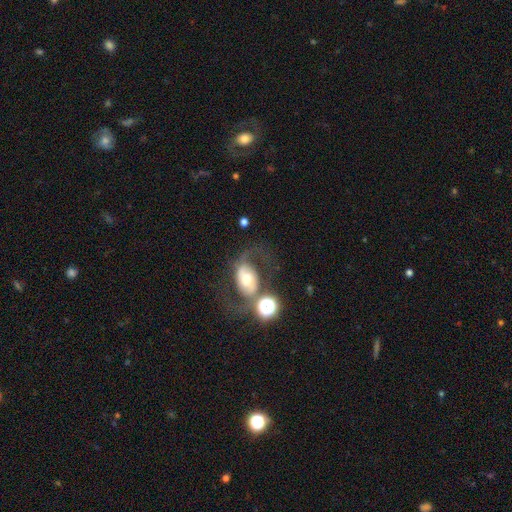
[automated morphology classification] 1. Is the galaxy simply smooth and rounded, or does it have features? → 66% featured or disk, 20% smooth, 14% star or artifact.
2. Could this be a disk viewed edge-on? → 94% no, 6% yes.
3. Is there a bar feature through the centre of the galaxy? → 42% no, 35% weak, 23% strong.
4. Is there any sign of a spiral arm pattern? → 76% yes, 24% no.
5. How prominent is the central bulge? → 56% moderate, 19% large, 17% small, 4% dominant, 3% none.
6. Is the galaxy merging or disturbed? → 45% none, 25% merger, 15% major disturbance, 14% minor disturbance.